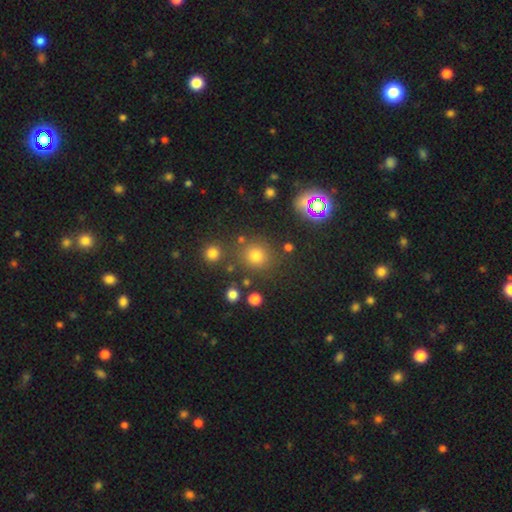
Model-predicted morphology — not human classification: type=smooth (66%); roundness=round (90%); merging=none (82%).